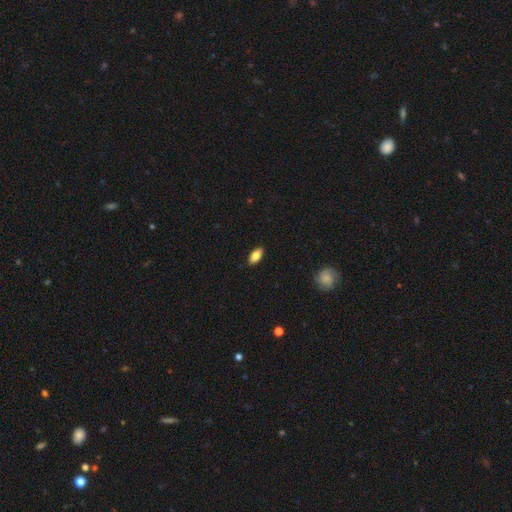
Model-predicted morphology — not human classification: Smooth or featured?
  - smooth: 79% *
  - featured or disk: 15%
  - star or artifact: 7%
How rounded?
  - in between: 88% *
  - cigar-shaped: 10%
  - round: 3%
Merging?
  - none: 89% *
  - minor disturbance: 8%
  - major disturbance: 2%
  - merger: 1%